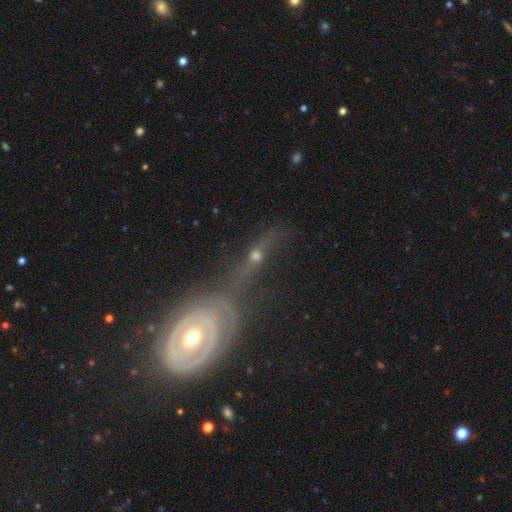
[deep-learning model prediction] featured or disk 62%, smooth 21%, star or artifact 17%. Down the decision tree: edge-on disk — no (69%); merging — none (38%).